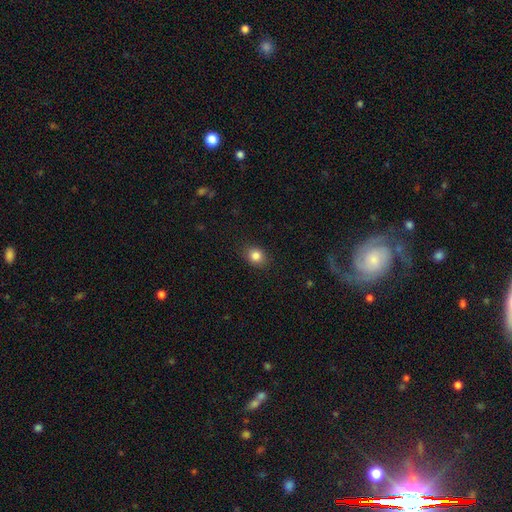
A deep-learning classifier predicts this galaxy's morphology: smooth 84%, star or artifact 10%, featured or disk 6%. Down the decision tree: how rounded — round (59%); merging — none (85%).